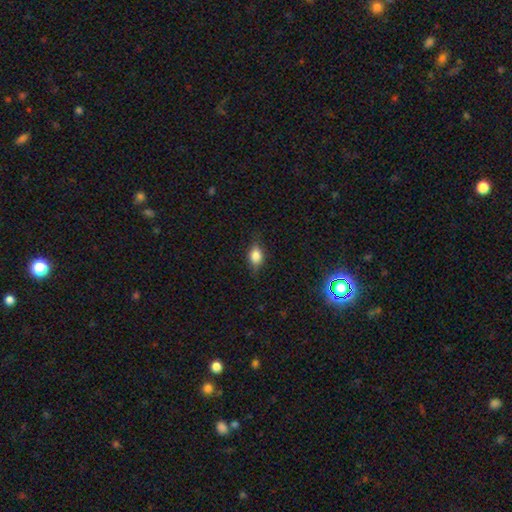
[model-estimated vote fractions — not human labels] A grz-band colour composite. It shows a smooth galaxy with no disk features (73%) that is in between round and cigar-shaped (73%). Merging: none (77%).